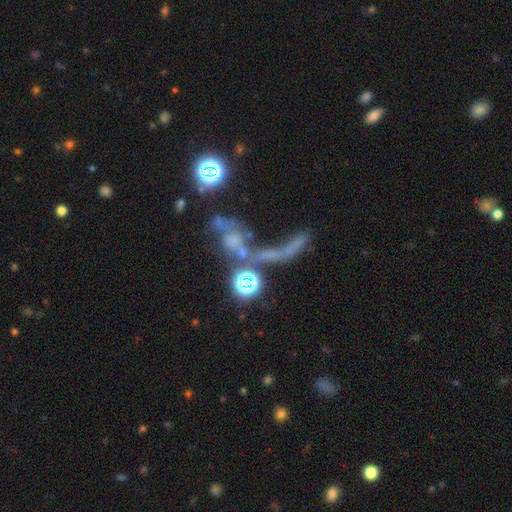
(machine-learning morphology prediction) Overall: featured or disk (41%; star or artifact 31%). Merging: merger (38%; major disturbance 31%).